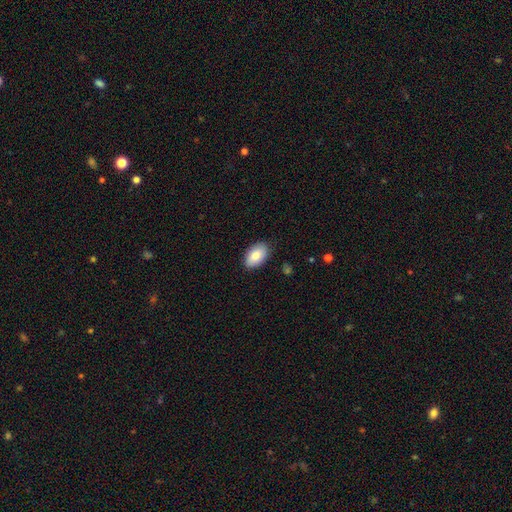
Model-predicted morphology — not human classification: smooth-or-featured: smooth: 83% | featured or disk: 11% | star or artifact: 6%
  how-rounded: in between: 94% | round: 5% | cigar-shaped: 1%
  merging: none: 87% | minor disturbance: 10% | major disturbance: 2% | merger: 1%